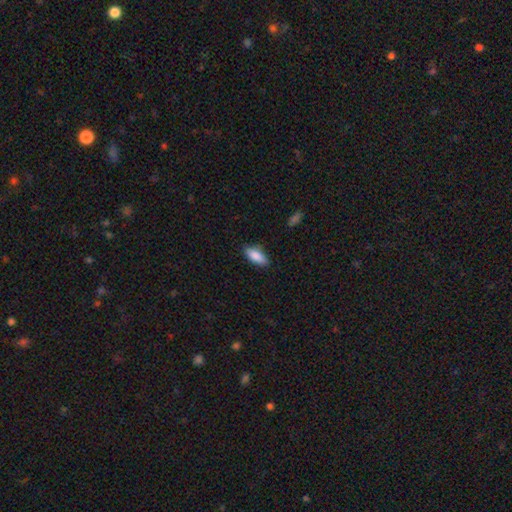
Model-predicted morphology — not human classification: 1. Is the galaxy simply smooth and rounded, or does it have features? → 88% smooth, 6% featured or disk, 6% star or artifact.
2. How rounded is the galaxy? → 83% in between, 15% cigar-shaped, 2% round.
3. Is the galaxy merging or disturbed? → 84% none, 13% minor disturbance, 2% major disturbance, 1% merger.